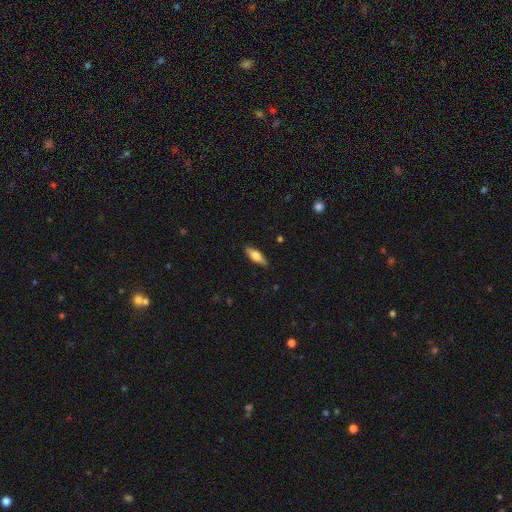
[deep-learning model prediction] This appears to be a smooth galaxy with no disk features (60%) that is in between round and cigar-shaped (55%). Merging: none (89%).